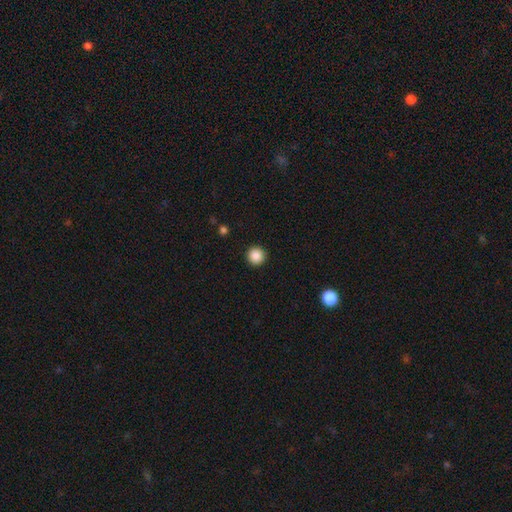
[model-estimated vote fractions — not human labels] This appears to be a smooth galaxy with no disk features (88%) that is round (96%). Merging: none (93%).